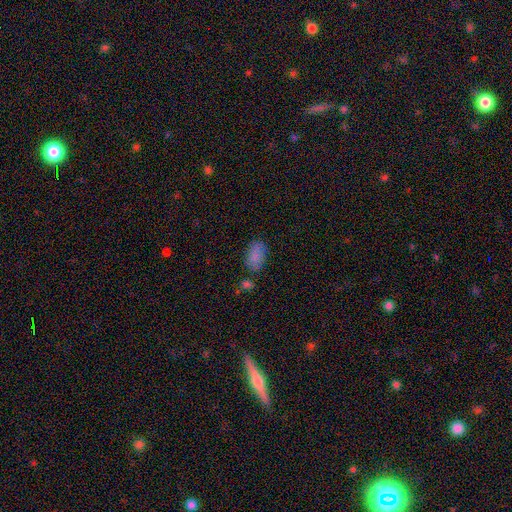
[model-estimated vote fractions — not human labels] Smooth or featured: smooth — 85% (star or artifact — 9%)
How rounded: in between — 92% (round — 6%)
Merging: none — 72% (minor disturbance — 17%)